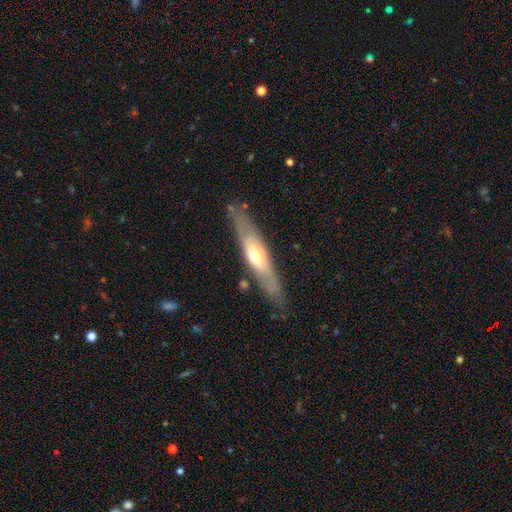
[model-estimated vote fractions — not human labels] smooth_or_featured: featured or disk (p=0.58) [alt: smooth p=0.36]
disk_edge_on: yes (p=0.63) [alt: no p=0.37]
merging: none (p=0.79) [alt: minor disturbance p=0.14]